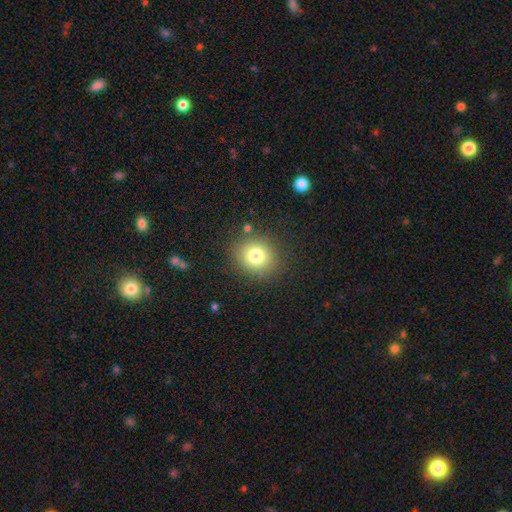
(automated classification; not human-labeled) Smooth or featured: smooth — 77% (star or artifact — 13%)
How rounded: round — 82% (in between — 17%)
Merging: none — 85% (minor disturbance — 9%)